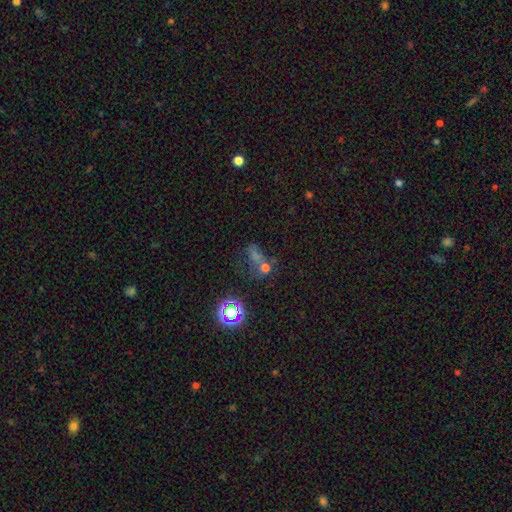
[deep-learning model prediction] This appears to be a star or artifact, not a galaxy (46%).